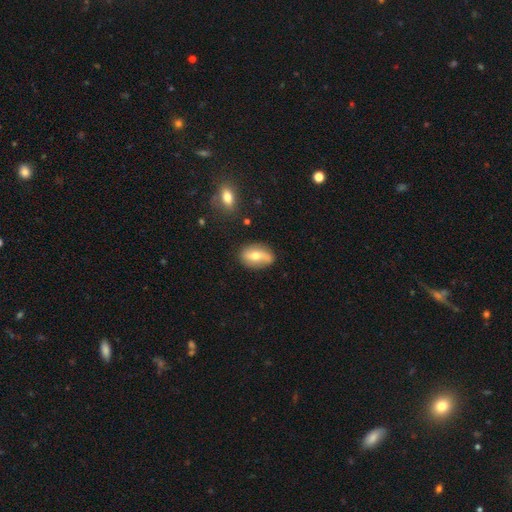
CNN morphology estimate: smooth 49%, featured or disk 44%, star or artifact 8%. Down the decision tree: merging — none (74%).